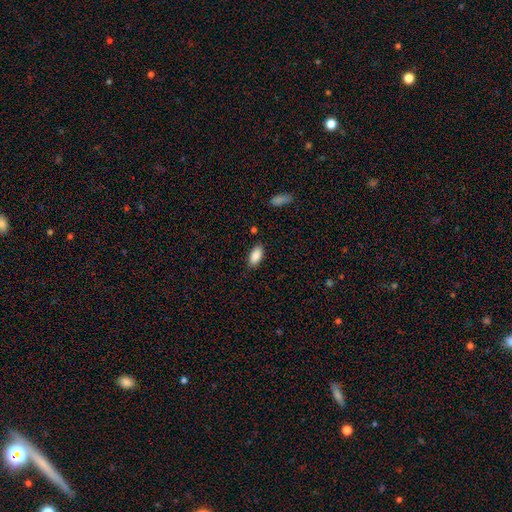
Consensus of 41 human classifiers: Smooth or featured?
  - smooth: 88% *
  - featured or disk: 12%
  - star or artifact: 0%
How rounded?
  - in between: 78% *
  - round: 14%
  - cigar-shaped: 8%
Merging?
  - none: 80% *
  - minor disturbance: 17%
  - merger: 2%
  - major disturbance: 0%